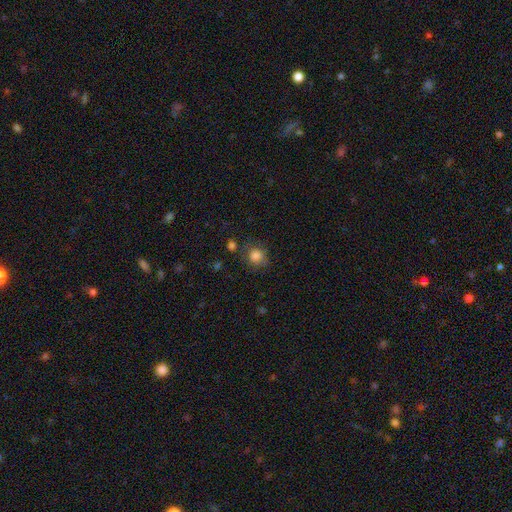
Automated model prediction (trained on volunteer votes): Morphology: type=smooth (81%); roundness=round (81%); merging=none (70%).